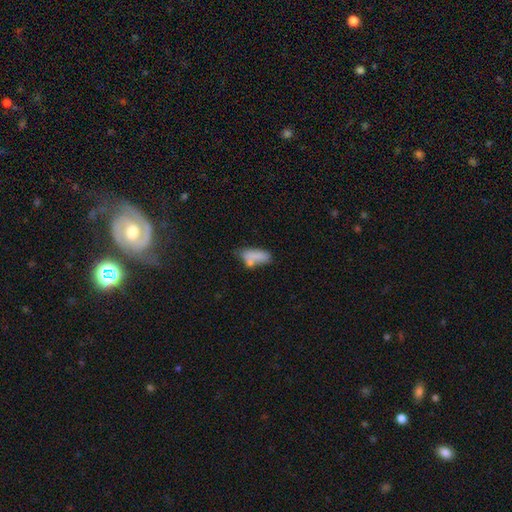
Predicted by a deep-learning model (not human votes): This is likely a smooth galaxy (78%). How rounded: likely in between (77%). Merging: marginally none (43%).